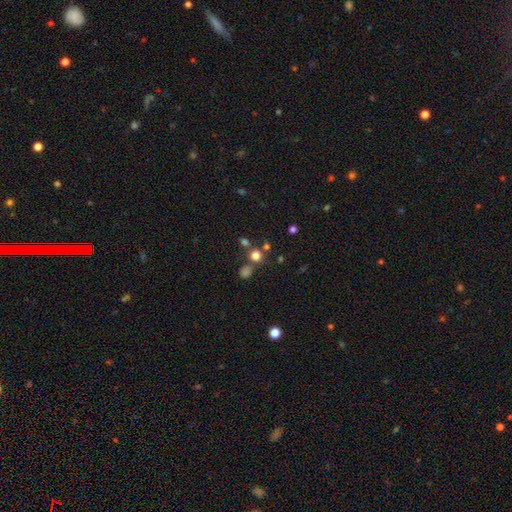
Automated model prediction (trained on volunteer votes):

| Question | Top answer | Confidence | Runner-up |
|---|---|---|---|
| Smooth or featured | smooth | 71% | star or artifact (22%) |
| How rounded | round | 91% | in between (8%) |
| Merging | none | 72% | merger (17%) |